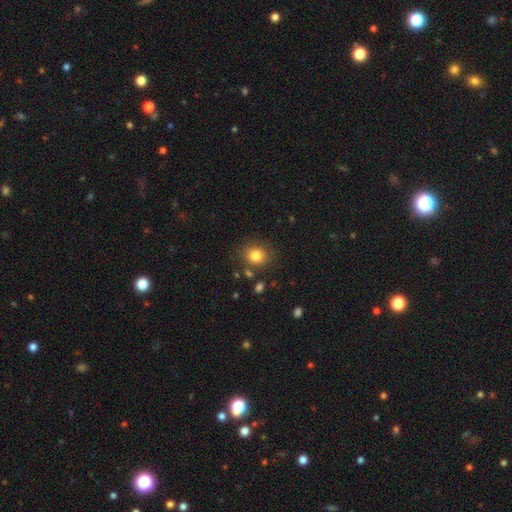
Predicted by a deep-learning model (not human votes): Smooth or featured? smooth (83%)
How rounded? round (71%)
Merging? none (81%)